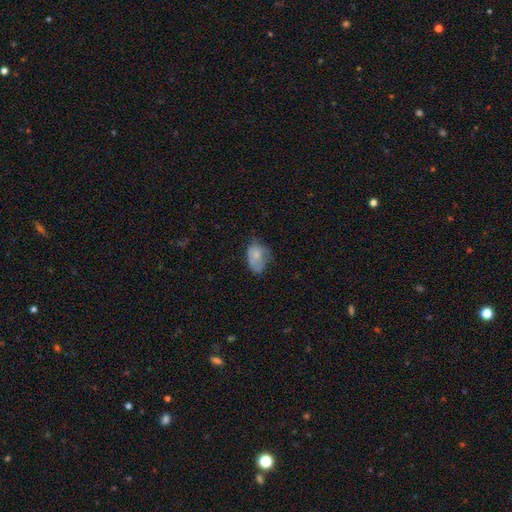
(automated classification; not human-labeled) Morphology: type=smooth (67%); roundness=in between (80%); merging=none (38%).